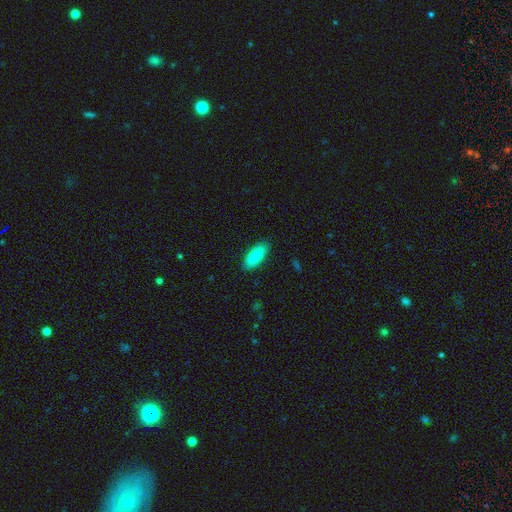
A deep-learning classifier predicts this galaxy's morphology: smooth 80%, featured or disk 14%, star or artifact 6%. Down the decision tree: how rounded — in between (83%); merging — none (87%).